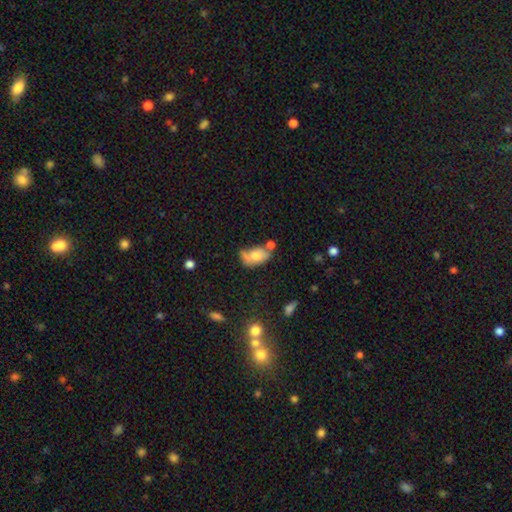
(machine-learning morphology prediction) This is likely a smooth galaxy (72%). How rounded: clearly in between (91%). Merging: marginally none (35%).